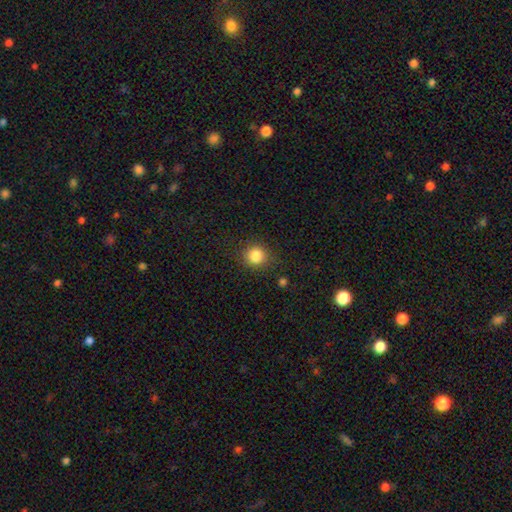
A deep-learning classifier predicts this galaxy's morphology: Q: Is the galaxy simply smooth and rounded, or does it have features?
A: smooth — 84%.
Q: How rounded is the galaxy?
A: round — 89%.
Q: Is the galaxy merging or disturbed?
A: none — 87%.